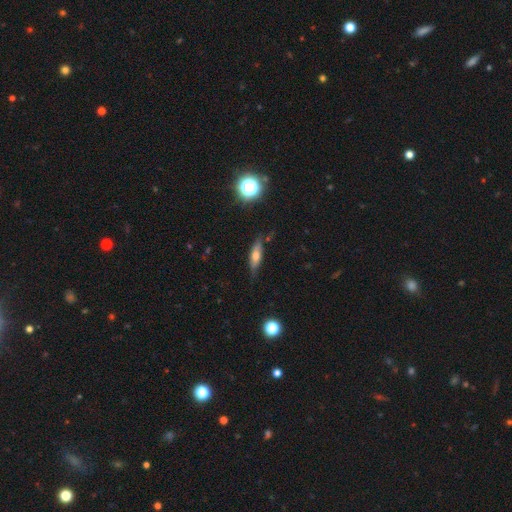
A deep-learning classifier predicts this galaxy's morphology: A smooth galaxy with no disk features (51%) that is cigar-shaped (58%). Merging: none (77%).